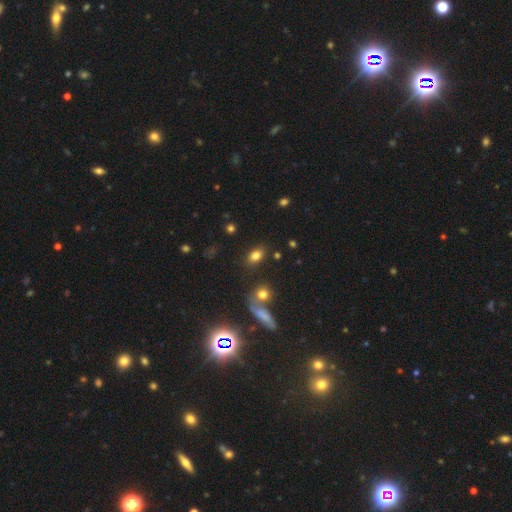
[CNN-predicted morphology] Smooth or featured? smooth (79%)
How rounded? in between (80%)
Merging? none (75%)